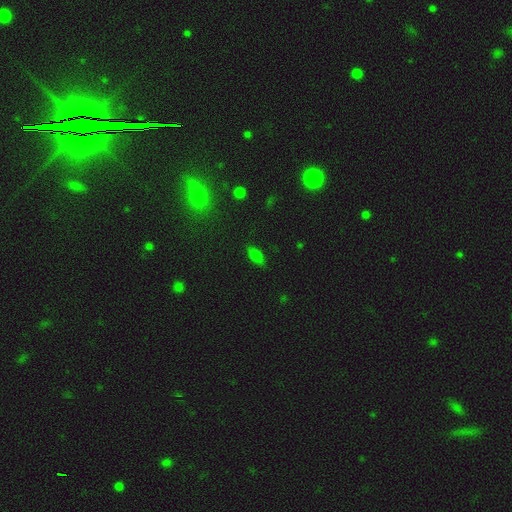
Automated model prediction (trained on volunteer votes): The model was most divided on "smooth or featured": smooth: 69%, star or artifact: 16%, featured or disk: 15%. More confident: merging — none (83%); how rounded — in between (82%).